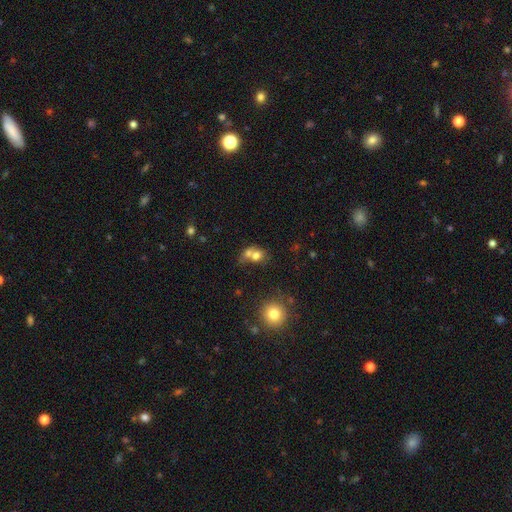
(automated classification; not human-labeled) Smooth or featured? smooth (71%)
How rounded? round (56%)
Merging? merger (58%)